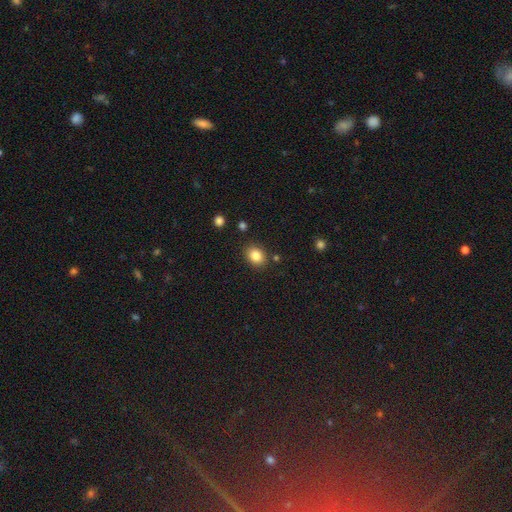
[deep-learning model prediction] Smooth or featured? Predicted: smooth (p=0.85). How rounded? Predicted: in between (p=0.53). Merging? Predicted: none (p=0.84).